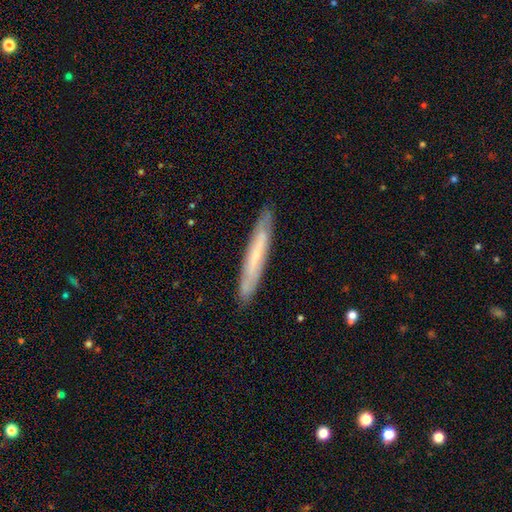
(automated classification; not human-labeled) Morphology: type=smooth (48%); merging=none (87%).